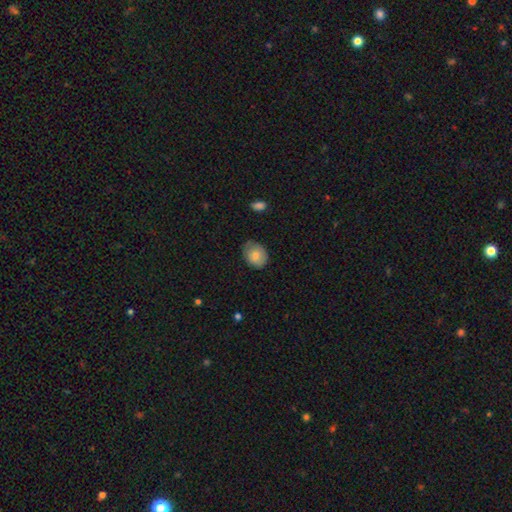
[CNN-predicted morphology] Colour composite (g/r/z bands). It shows a smooth galaxy with no disk features (75%) that is in between round and cigar-shaped (51%). Merging: none (67%).